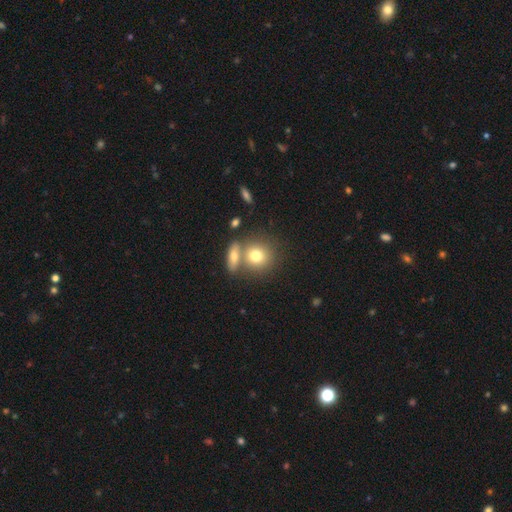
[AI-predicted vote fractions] This is likely a smooth galaxy (76%). How rounded: likely round (79%). Merging: possibly none (53%).